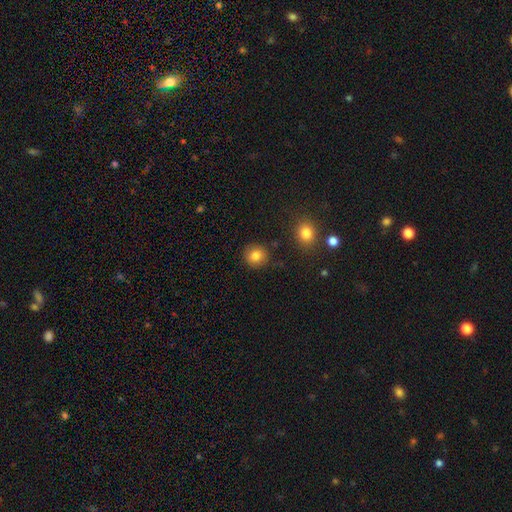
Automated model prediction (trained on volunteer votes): smooth 83%, star or artifact 11%, featured or disk 7%. Down the decision tree: how rounded — round (90%); merging — none (88%).